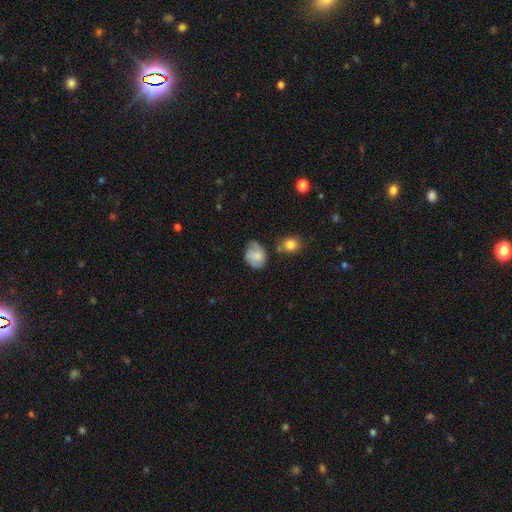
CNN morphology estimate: smooth_or_featured: smooth (p=0.70) [alt: featured or disk p=0.22]
how_rounded: in between (p=0.55) [alt: round p=0.44]
merging: none (p=0.47) [alt: minor disturbance p=0.35]